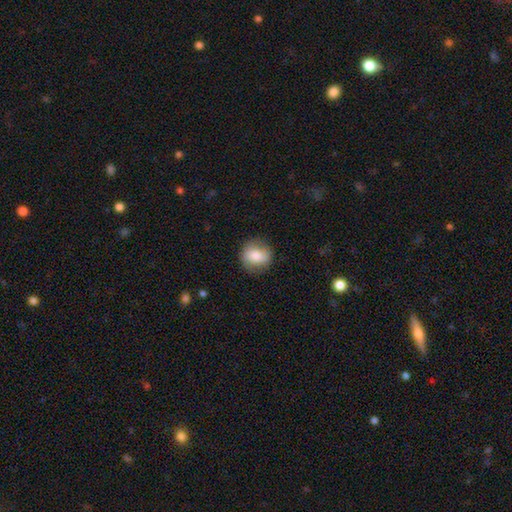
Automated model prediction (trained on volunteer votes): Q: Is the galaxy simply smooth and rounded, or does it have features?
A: smooth — 73%.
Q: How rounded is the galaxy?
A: round — 78%.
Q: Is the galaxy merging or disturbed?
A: none — 82%.